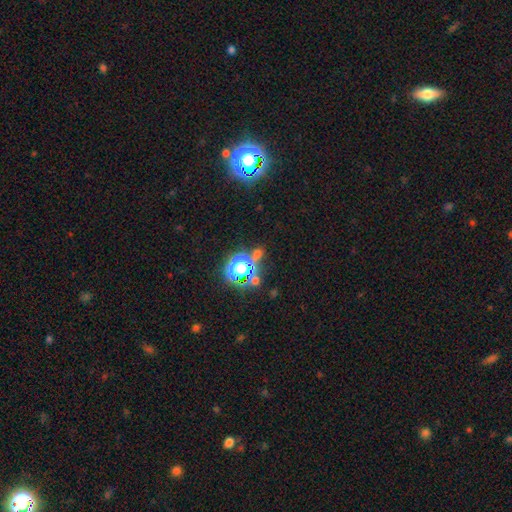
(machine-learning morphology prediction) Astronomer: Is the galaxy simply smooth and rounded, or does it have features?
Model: star or artifact — 65%.